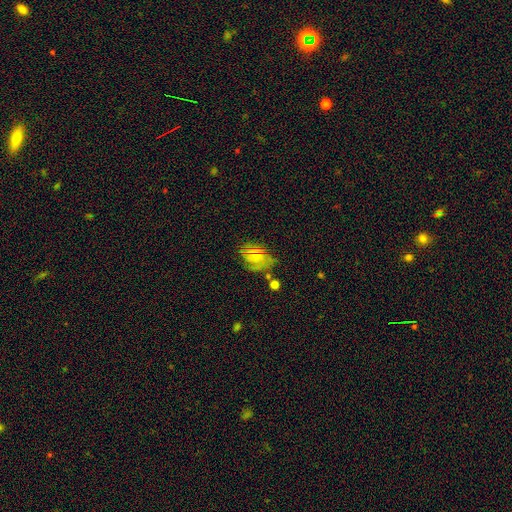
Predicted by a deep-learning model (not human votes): The model was most divided on "bulge size": small: 57%, moderate: 36%, none: 4%, large: 2%, dominant: 1%. More confident: edge-on disk — no (97%); spiral arms — yes (82%); bar — no (74%); merging — none (58%); smooth or featured — featured or disk (57%).